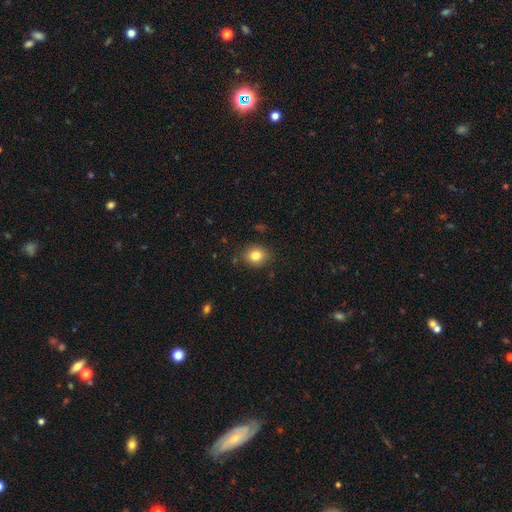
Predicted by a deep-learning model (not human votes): Smooth or featured? Predicted: smooth (p=0.82). How rounded? Predicted: round (p=0.68). Merging? Predicted: none (p=0.87).